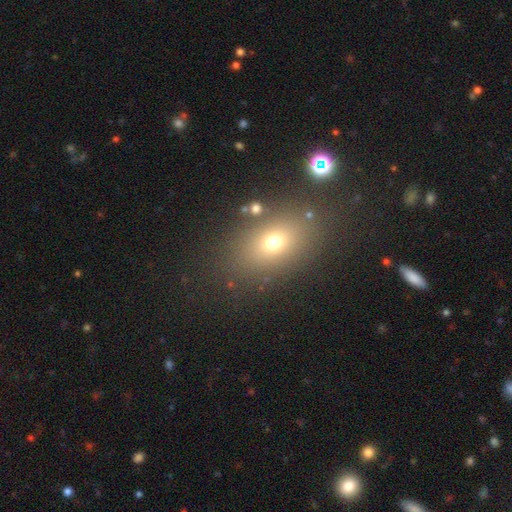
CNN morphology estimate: smooth-or-featured: smooth: 61% | star or artifact: 25% | featured or disk: 14%
  how-rounded: in between: 70% | round: 26% | cigar-shaped: 3%
  merging: none: 81% | minor disturbance: 10% | merger: 5% | major disturbance: 4%